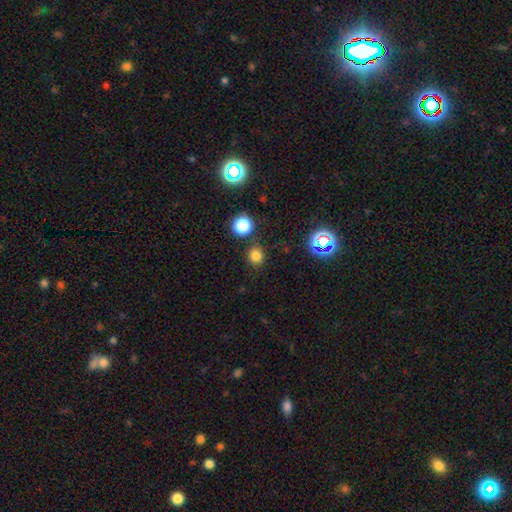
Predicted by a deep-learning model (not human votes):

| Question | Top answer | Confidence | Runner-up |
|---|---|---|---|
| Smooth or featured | smooth | 76% | star or artifact (18%) |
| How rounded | round | 88% | in between (11%) |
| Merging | none | 83% | minor disturbance (8%) |